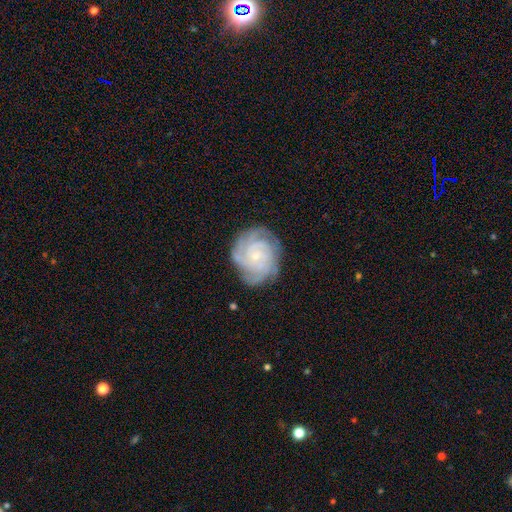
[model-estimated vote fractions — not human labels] This appears to be a featured or disk galaxy (86%) with no bar (77%), 4 (31%) tight (75%) spiral arms (97%) and a small central bulge (81%). Merging: none (78%).